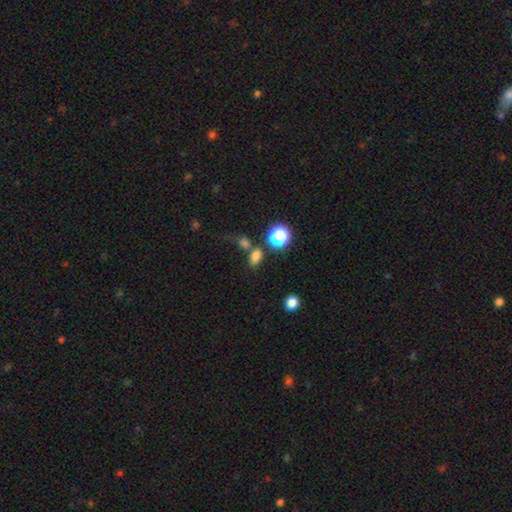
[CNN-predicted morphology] This is likely a smooth galaxy (76%). How rounded: likely in between (72%). Merging: possibly none (58%).